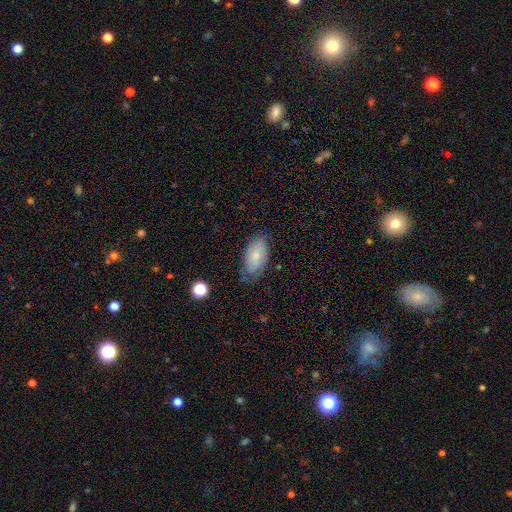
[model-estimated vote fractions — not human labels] smooth_or_featured: smooth (p=0.71) [alt: featured or disk p=0.21]
how_rounded: in between (p=0.93) [alt: round p=0.03]
merging: none (p=0.65) [alt: minor disturbance p=0.26]